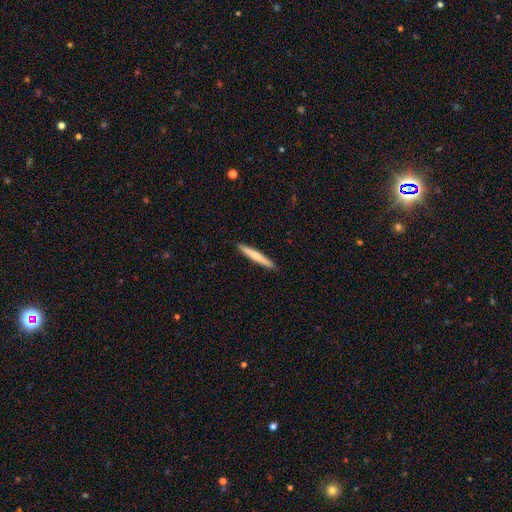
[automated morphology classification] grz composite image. It shows a smooth galaxy with no disk features (66%) that is cigar-shaped (96%). Merging: none (92%).